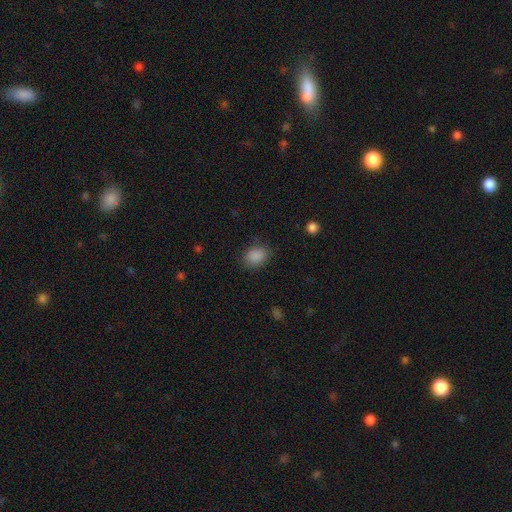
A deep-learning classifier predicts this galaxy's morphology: Overall: smooth (88%). How rounded: in between (63%; round 36%). Merging: none (84%).